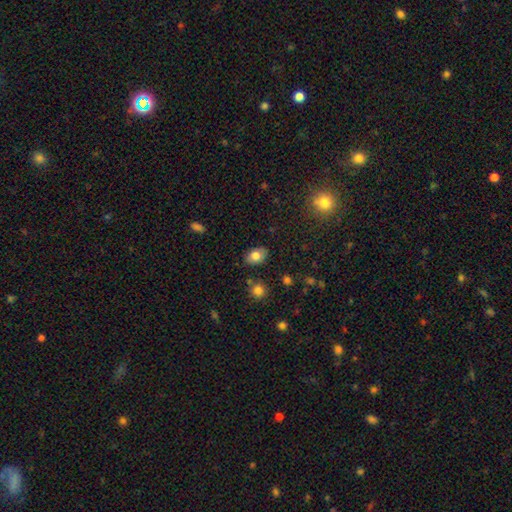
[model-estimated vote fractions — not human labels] Morphology: type=smooth (79%); roundness=in between (83%); merging=none (83%).